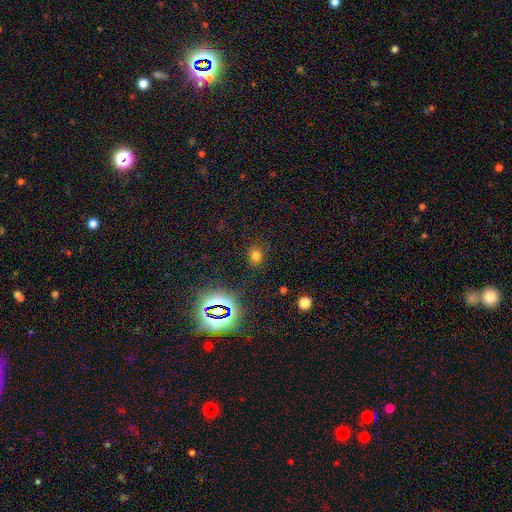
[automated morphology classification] type=smooth (68%); roundness=round (68%); merging=none (83%).